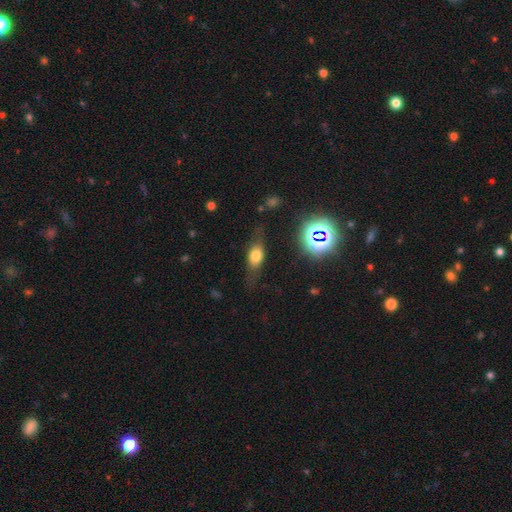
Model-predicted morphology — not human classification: A smooth galaxy with no disk features (57%) that is in between round and cigar-shaped (68%).

Vote fractions:
- Smooth or featured? smooth: 57% / featured or disk: 30% / star or artifact: 13%
- How rounded? in between: 68% / cigar-shaped: 20% / round: 12%
- Merging? none: 67% / minor disturbance: 20% / major disturbance: 11% / merger: 2%